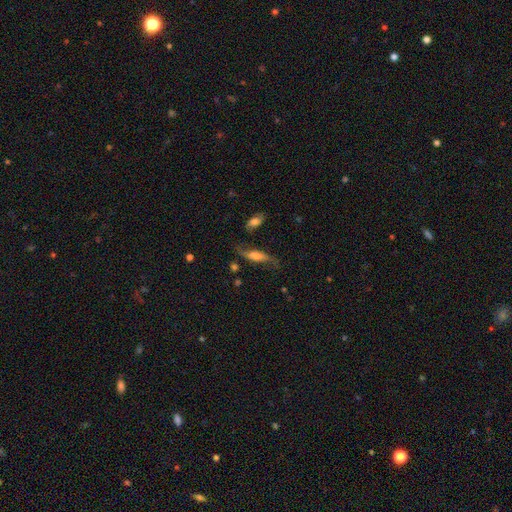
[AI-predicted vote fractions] The model was most divided on "edge-on disk": no: 66%, yes: 34%. More confident: smooth or featured — featured or disk (66%); merging — none (64%).